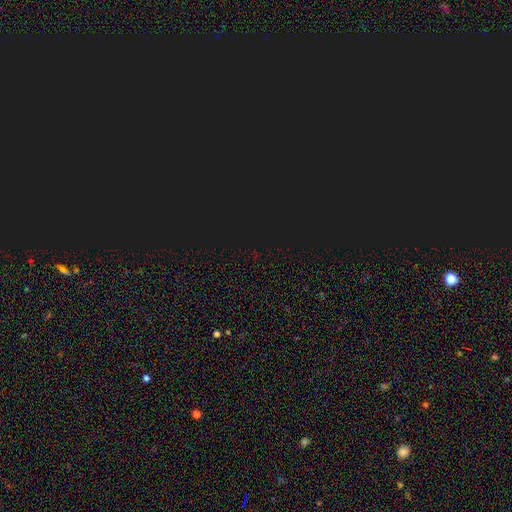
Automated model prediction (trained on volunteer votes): Overall: star or artifact (82%).